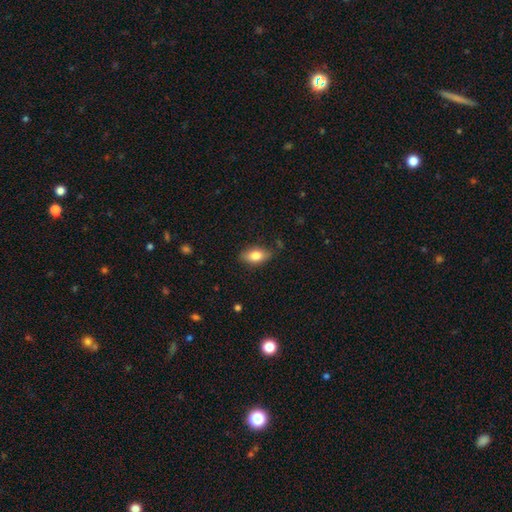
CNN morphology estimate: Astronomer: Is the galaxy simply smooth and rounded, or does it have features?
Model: smooth — 79%.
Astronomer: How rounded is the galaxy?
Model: in between — 88%.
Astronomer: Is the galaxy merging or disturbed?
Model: none — 81%.